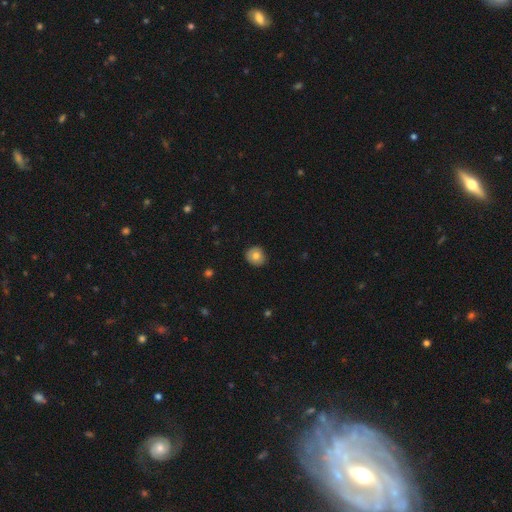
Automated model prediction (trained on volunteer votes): Q: Smooth or featured?
A: smooth (79%); runner-up: featured or disk (13%)
Q: How rounded?
A: round (88%); runner-up: in between (11%)
Q: Merging?
A: none (88%); runner-up: minor disturbance (9%)